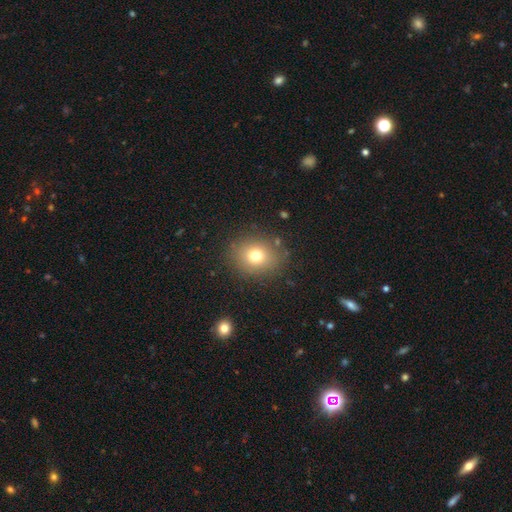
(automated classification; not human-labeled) smooth_or_featured: smooth (p=0.74) [alt: star or artifact p=0.14]
how_rounded: round (p=0.66) [alt: in between p=0.33]
merging: none (p=0.85) [alt: minor disturbance p=0.09]